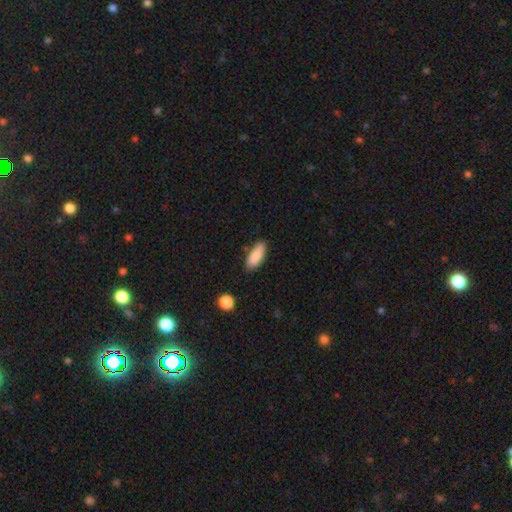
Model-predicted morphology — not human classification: Smooth or featured? smooth (88%)
How rounded? in between (78%)
Merging? none (80%)